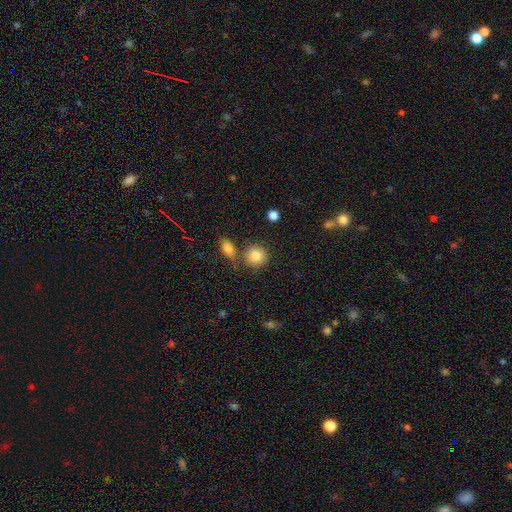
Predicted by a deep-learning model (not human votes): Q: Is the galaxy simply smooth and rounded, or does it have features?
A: smooth — 84%.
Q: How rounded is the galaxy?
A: round — 86%.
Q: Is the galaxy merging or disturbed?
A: none — 72%.